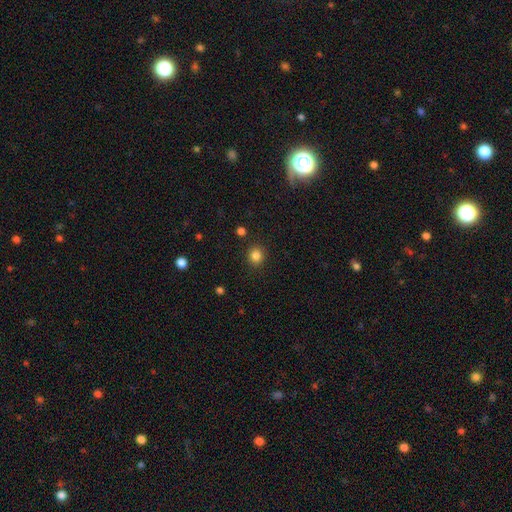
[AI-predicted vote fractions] Morphology: type=smooth (84%); roundness=round (84%); merging=none (89%).